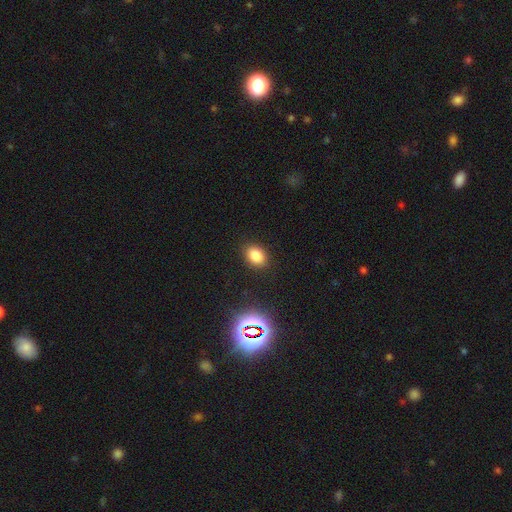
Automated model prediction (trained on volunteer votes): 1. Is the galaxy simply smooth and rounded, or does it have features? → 81% smooth, 14% star or artifact, 5% featured or disk.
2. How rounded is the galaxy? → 65% in between, 34% round, 1% cigar-shaped.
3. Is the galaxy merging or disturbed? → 87% none, 9% minor disturbance, 3% major disturbance, 1% merger.